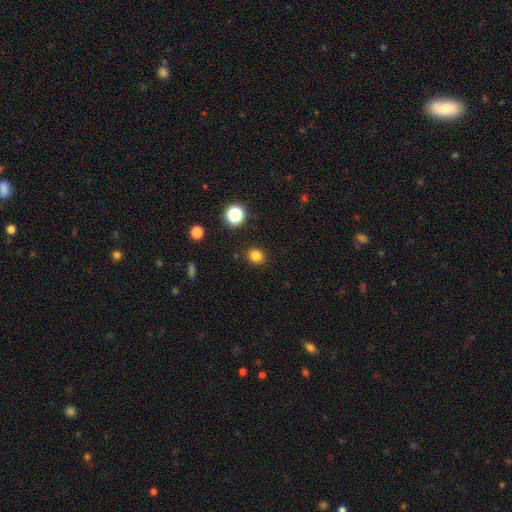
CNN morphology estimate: A smooth galaxy with no disk features (82%) that is round (72%).

Vote fractions:
- Smooth or featured? smooth: 82% / star or artifact: 14% / featured or disk: 4%
- How rounded? round: 72% / in between: 27% / cigar-shaped: 1%
- Merging? none: 88% / minor disturbance: 8% / major disturbance: 3% / merger: 2%